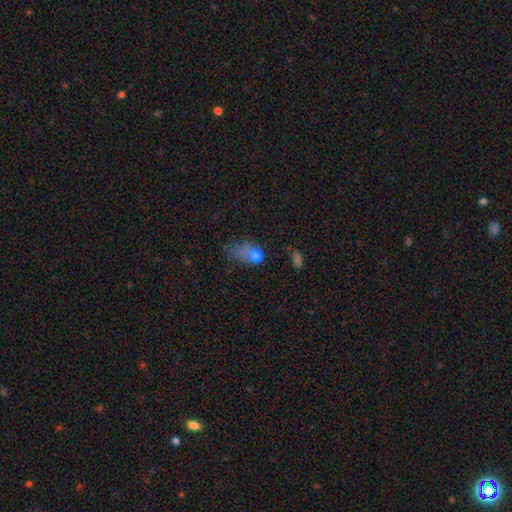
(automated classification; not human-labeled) smooth_or_featured: smooth (p=0.66) [alt: star or artifact p=0.18]
how_rounded: in between (p=0.53) [alt: round p=0.43]
merging: major disturbance (p=0.46) [alt: none p=0.24]